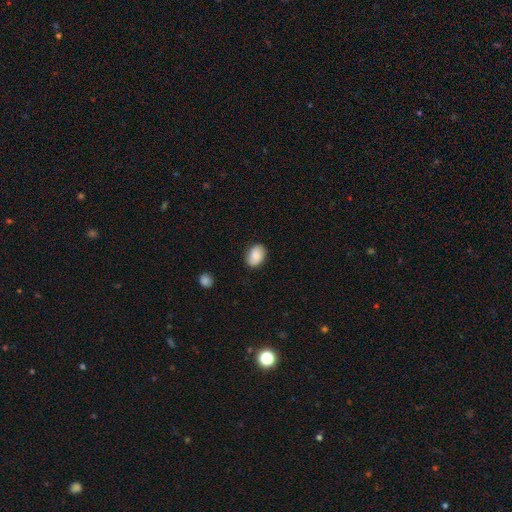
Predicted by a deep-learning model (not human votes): smooth_or_featured: smooth (p=0.82) [alt: featured or disk p=0.11]
how_rounded: in between (p=0.80) [alt: round p=0.18]
merging: none (p=0.84) [alt: minor disturbance p=0.12]